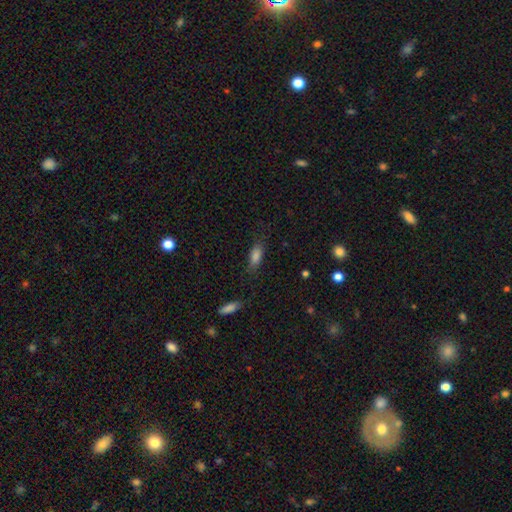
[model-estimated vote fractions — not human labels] Smooth or featured? smooth (81%)
How rounded? in between (70%)
Merging? none (75%)